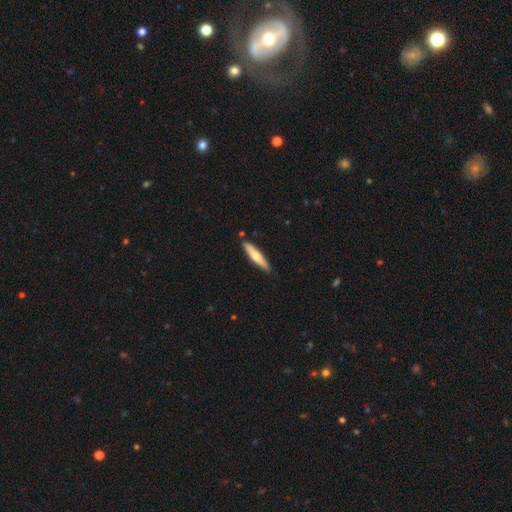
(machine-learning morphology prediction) This appears to be a smooth galaxy with no disk features (54%) that is cigar-shaped (85%). Merging: none (88%).